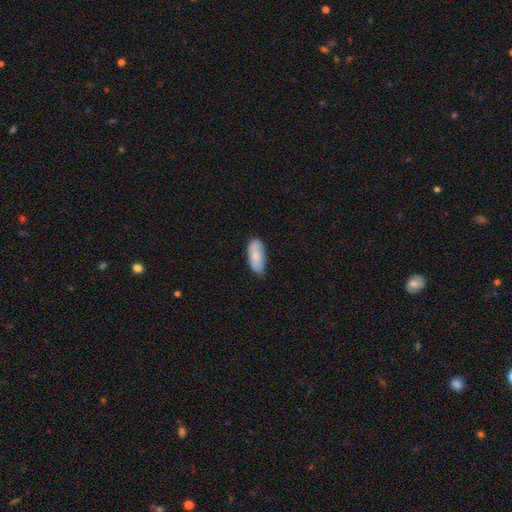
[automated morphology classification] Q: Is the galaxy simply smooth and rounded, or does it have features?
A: smooth — 79%.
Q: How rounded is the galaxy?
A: in between — 89%.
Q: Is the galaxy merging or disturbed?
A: none — 65%.